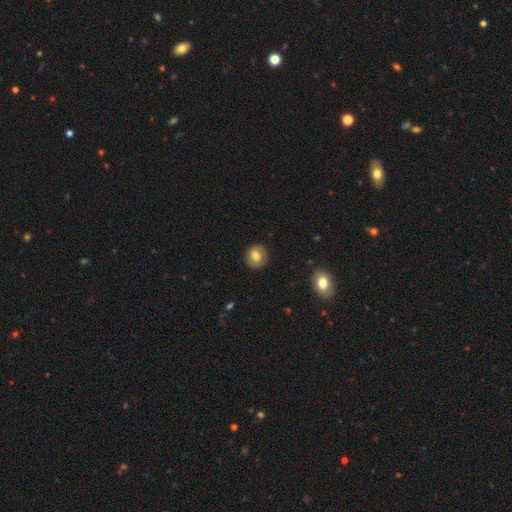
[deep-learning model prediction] The model was most divided on "smooth or featured": smooth: 69%, featured or disk: 22%, star or artifact: 9%. More confident: merging — none (86%); how rounded — round (82%).